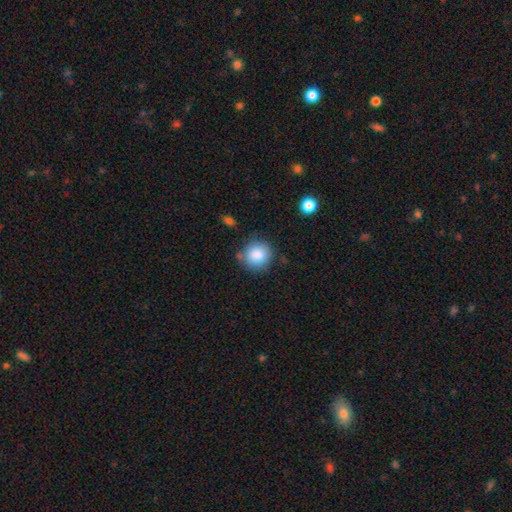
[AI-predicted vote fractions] Smooth or featured?
  - smooth: 86% *
  - star or artifact: 8%
  - featured or disk: 6%
How rounded?
  - round: 89% *
  - in between: 10%
  - cigar-shaped: 1%
Merging?
  - none: 79% *
  - minor disturbance: 13%
  - merger: 5%
  - major disturbance: 4%